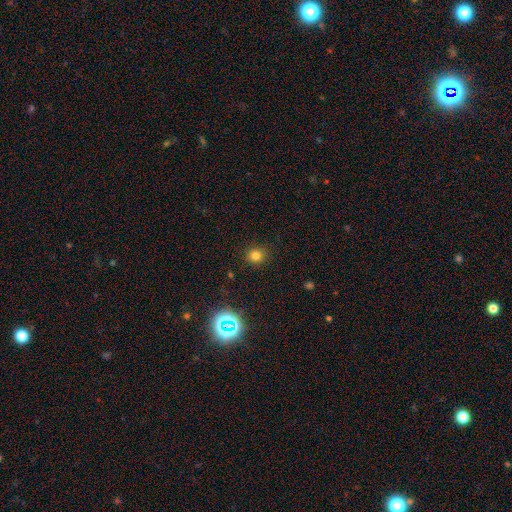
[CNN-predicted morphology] type=smooth (76%); roundness=round (89%); merging=none (89%).